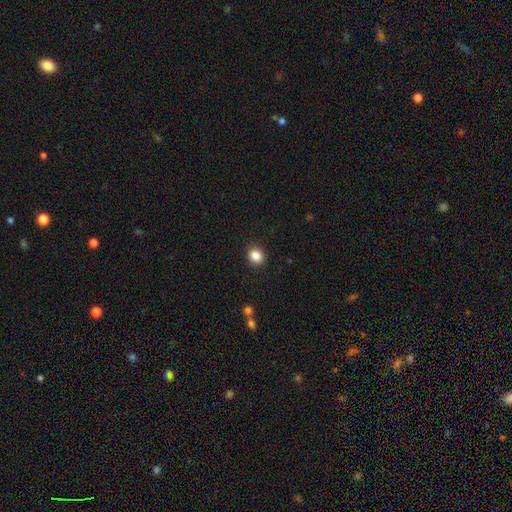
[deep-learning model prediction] Overall: smooth (85%). How rounded: round (84%). Merging: none (91%).